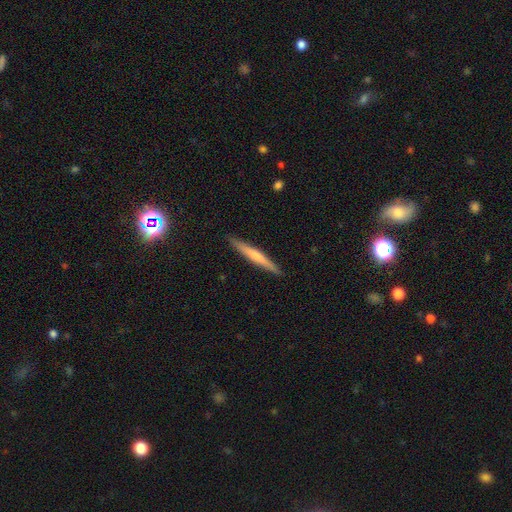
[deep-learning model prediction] A smooth galaxy with no disk features (52%) that is cigar-shaped (96%).

Vote fractions:
- Smooth or featured? smooth: 52% / featured or disk: 43% / star or artifact: 5%
- How rounded? cigar-shaped: 96% / in between: 3% / round: 1%
- Merging? none: 91% / minor disturbance: 7% / major disturbance: 1% / merger: 1%